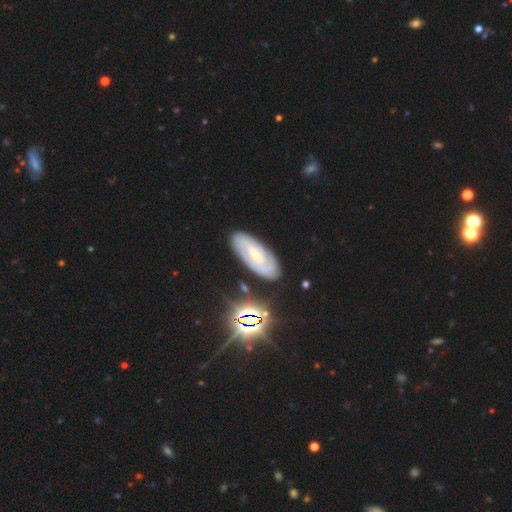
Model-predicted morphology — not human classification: This is likely a featured or disk galaxy (69%). It is clearly not viewed edge-on (91%). Bar: possibly no (46%). Spiral arm pattern: clearly yes (88%). Spiral arm count: marginally can't tell (42%). Spiral winding: likely tight (64%). Central bulge: likely small (74%). Merging: clearly none (81%).